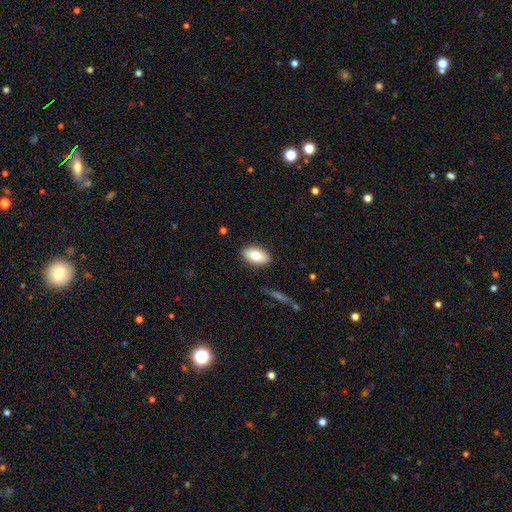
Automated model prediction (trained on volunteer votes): Smooth or featured: smooth — 78% (featured or disk — 15%)
How rounded: in between — 92% (round — 5%)
Merging: none — 87% (minor disturbance — 9%)